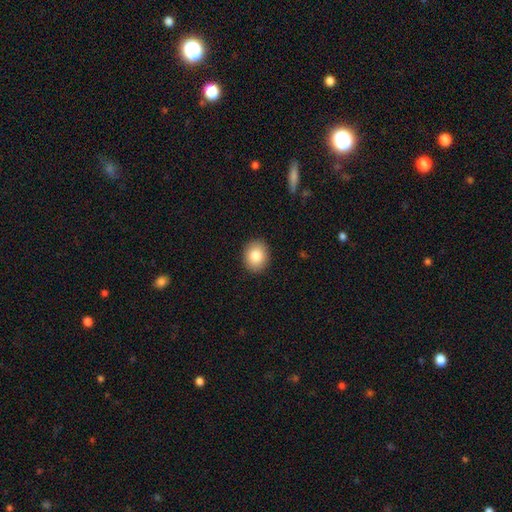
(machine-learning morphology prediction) Smooth or featured? Predicted: smooth (p=0.84). How rounded? Predicted: round (p=0.60). Merging? Predicted: none (p=0.90).